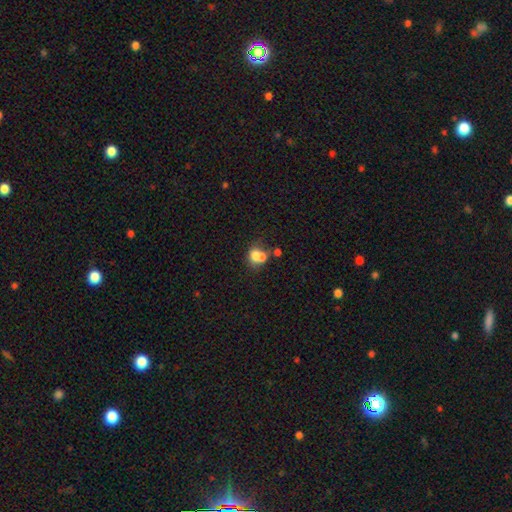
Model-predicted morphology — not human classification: Smooth or featured: smooth — 69% (featured or disk — 20%)
How rounded: round — 62% (in between — 37%)
Merging: merger — 58% (none — 28%)